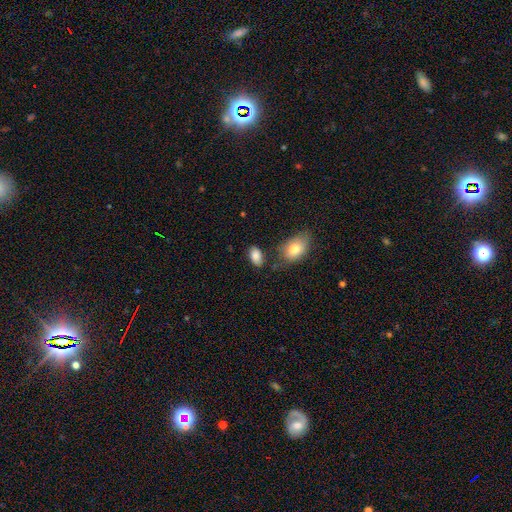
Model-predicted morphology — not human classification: Overall: smooth (86%). How rounded: in between (92%). Merging: none (70%).